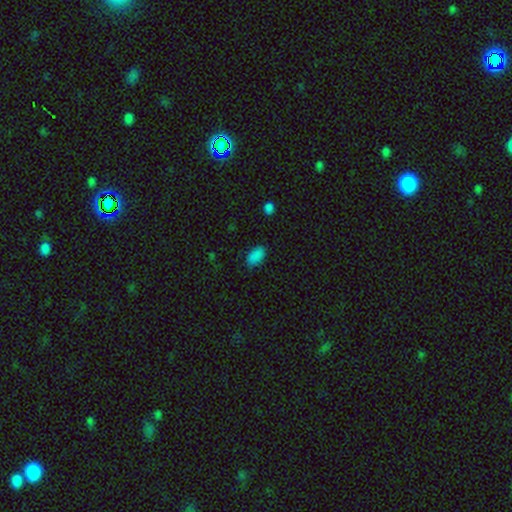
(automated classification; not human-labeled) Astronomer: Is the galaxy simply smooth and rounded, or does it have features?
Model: smooth — 86%.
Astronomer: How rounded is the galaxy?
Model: in between — 94%.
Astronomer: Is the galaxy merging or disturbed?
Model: none — 79%.